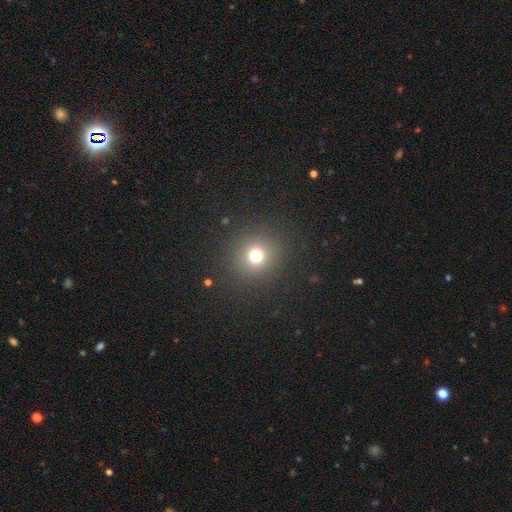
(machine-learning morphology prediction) The model was most divided on "smooth or featured": smooth: 72%, star or artifact: 20%, featured or disk: 8%. More confident: how rounded — round (92%); merging — none (89%).